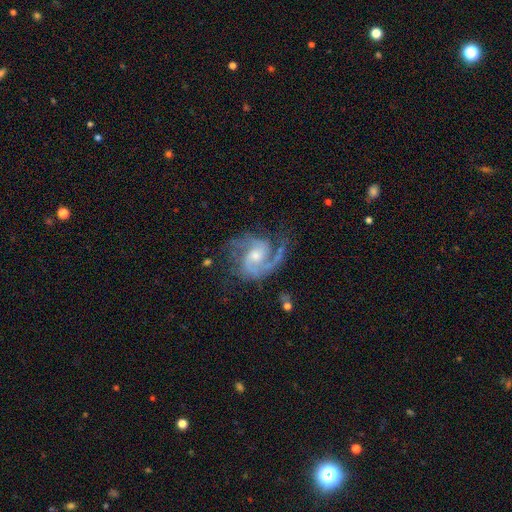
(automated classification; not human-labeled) A featured or disk galaxy (91%) with no bar (54%), 2 (78%) medium (56%) spiral arms (98%) and a moderate central bulge (53%).

Vote fractions:
- Smooth or featured? featured or disk: 91% / star or artifact: 5% / smooth: 4%
- Edge-on disk? no: 98% / yes: 2%
- Bar? no: 54% / weak: 38% / strong: 8%
- Spiral arms? yes: 98% / no: 2%
- Spiral winding? medium: 56% / tight: 29% / loose: 16%
- Spiral arm count? 2: 78% / 3: 7% / 1: 6% / can't tell: 5% / 4: 2% / more than 4: 2%
- Bulge size? moderate: 53% / small: 39% / large: 4% / none: 3% / dominant: 1%
- Merging? none: 66% / minor disturbance: 19% / major disturbance: 13% / merger: 2%